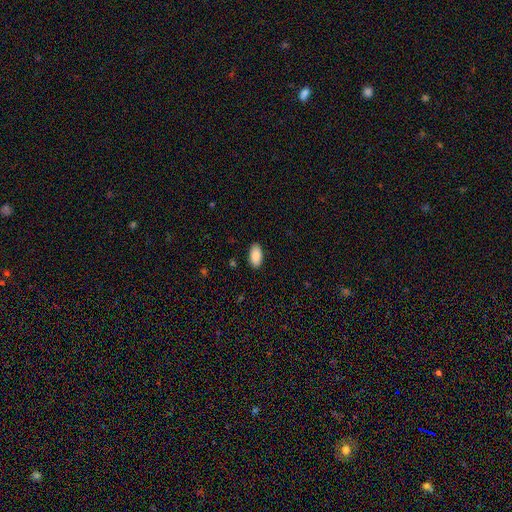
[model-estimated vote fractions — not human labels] Smooth or featured?
  - smooth: 88% *
  - star or artifact: 6%
  - featured or disk: 5%
How rounded?
  - in between: 95% *
  - cigar-shaped: 3%
  - round: 2%
Merging?
  - none: 88% *
  - minor disturbance: 9%
  - major disturbance: 2%
  - merger: 1%